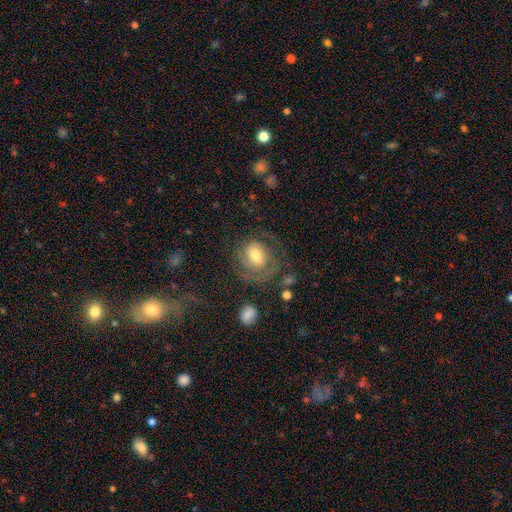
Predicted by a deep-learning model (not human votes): This appears to be a featured or disk galaxy (62%) with a weak bar (43%, tied with no), spiral arms (81%) and a moderate central bulge (61%). Merging: none (56%).